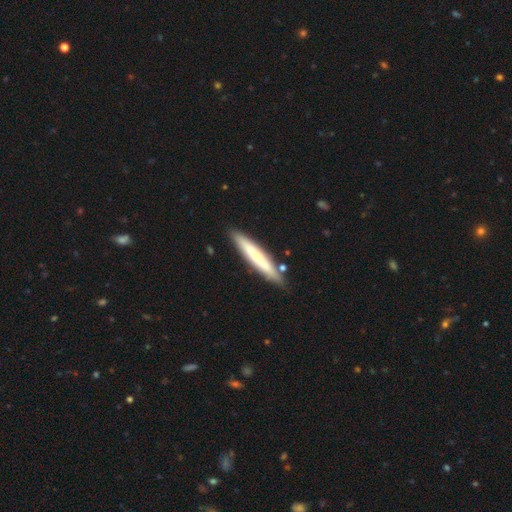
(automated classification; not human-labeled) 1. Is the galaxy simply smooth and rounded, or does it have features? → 61% smooth, 34% featured or disk, 5% star or artifact.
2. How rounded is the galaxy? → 93% cigar-shaped, 6% in between, 1% round.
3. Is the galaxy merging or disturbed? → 85% none, 11% minor disturbance, 3% merger, 2% major disturbance.